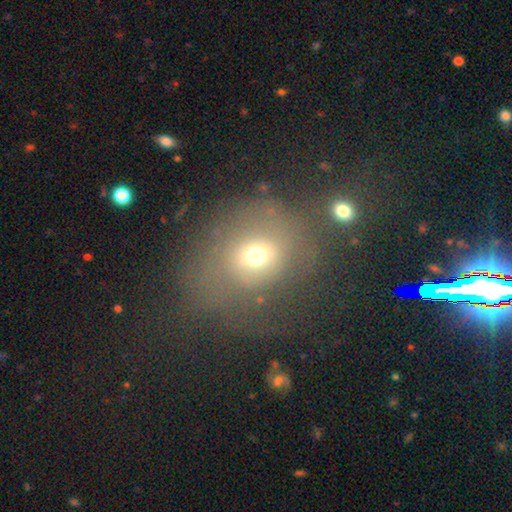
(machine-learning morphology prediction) A smooth galaxy with no disk features (63%) that is round (65%).

Vote fractions:
- Smooth or featured? smooth: 63% / featured or disk: 21% / star or artifact: 16%
- How rounded? round: 65% / in between: 34% / cigar-shaped: 1%
- Merging? none: 43% / major disturbance: 29% / minor disturbance: 20% / merger: 7%